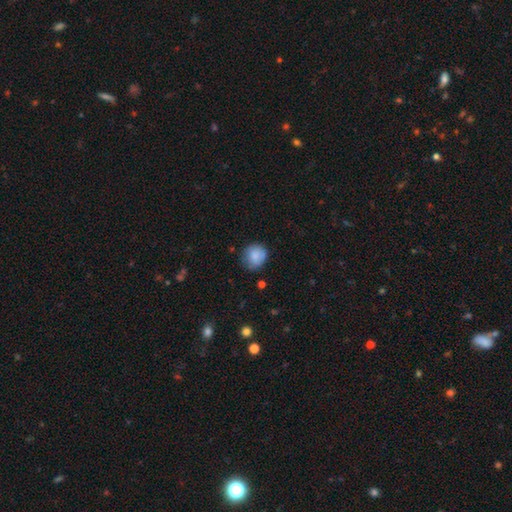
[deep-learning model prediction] A smooth galaxy with no disk features (81%) that is round (83%). Merging: none (68%).